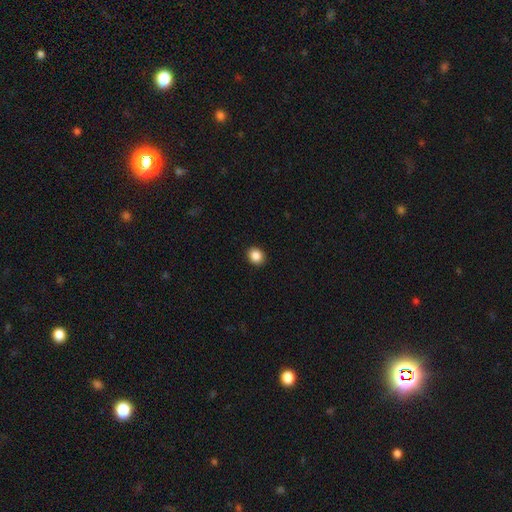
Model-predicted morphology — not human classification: smooth_or_featured: smooth (p=0.87) [alt: star or artifact p=0.09]
how_rounded: round (p=0.71) [alt: in between p=0.28]
merging: none (p=0.92) [alt: minor disturbance p=0.06]